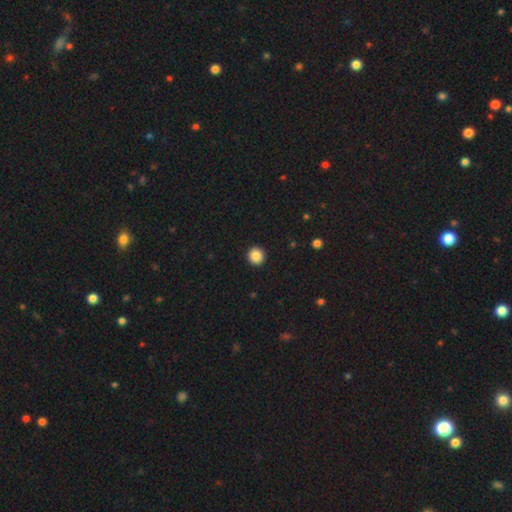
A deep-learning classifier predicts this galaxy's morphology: A smooth galaxy with no disk features (87%) that is round (95%).

Vote fractions:
- Smooth or featured? smooth: 87% / star or artifact: 9% / featured or disk: 4%
- How rounded? round: 95% / in between: 5% / cigar-shaped: 1%
- Merging? none: 94% / minor disturbance: 4% / major disturbance: 1% / merger: 1%